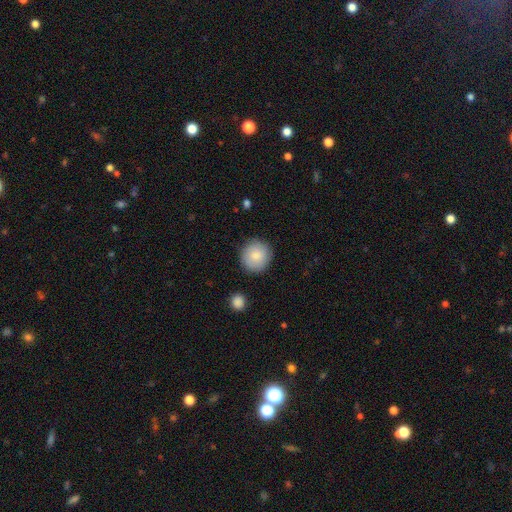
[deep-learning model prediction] Q: Smooth or featured?
A: smooth (84%); runner-up: featured or disk (10%)
Q: How rounded?
A: round (93%); runner-up: in between (6%)
Q: Merging?
A: none (87%); runner-up: minor disturbance (9%)